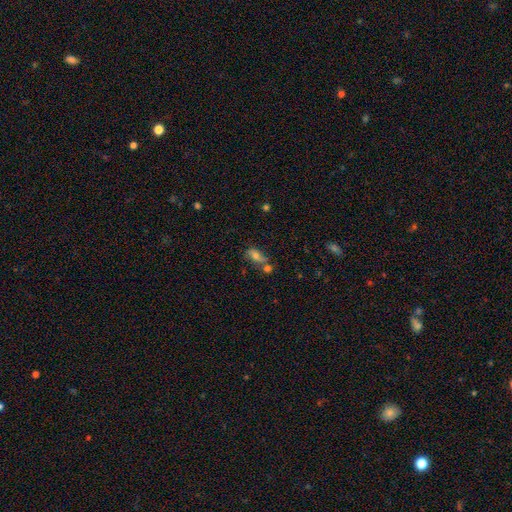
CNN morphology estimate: smooth 51%, featured or disk 33%, star or artifact 15%. Down the decision tree: how rounded — in between (75%); merging — none (41%).